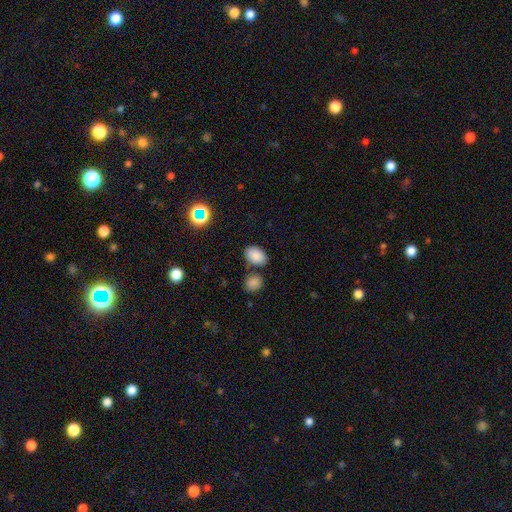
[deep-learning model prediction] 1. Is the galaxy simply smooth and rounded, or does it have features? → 85% smooth, 10% star or artifact, 5% featured or disk.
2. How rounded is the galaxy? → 83% in between, 16% round, 1% cigar-shaped.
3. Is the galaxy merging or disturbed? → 71% none, 13% minor disturbance, 12% merger, 4% major disturbance.